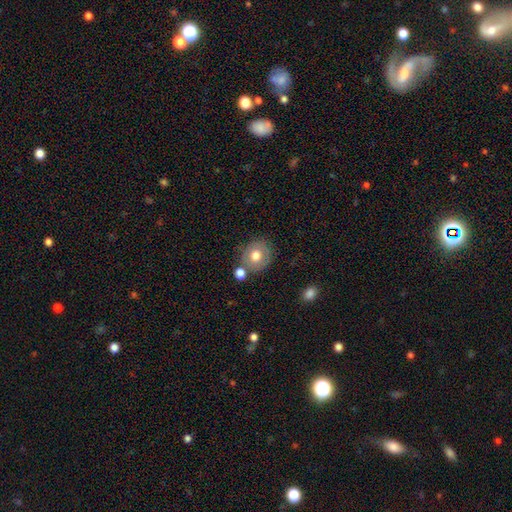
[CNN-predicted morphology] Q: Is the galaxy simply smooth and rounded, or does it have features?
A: smooth — 68%.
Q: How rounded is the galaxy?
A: round — 76%.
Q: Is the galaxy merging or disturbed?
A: none — 70%.